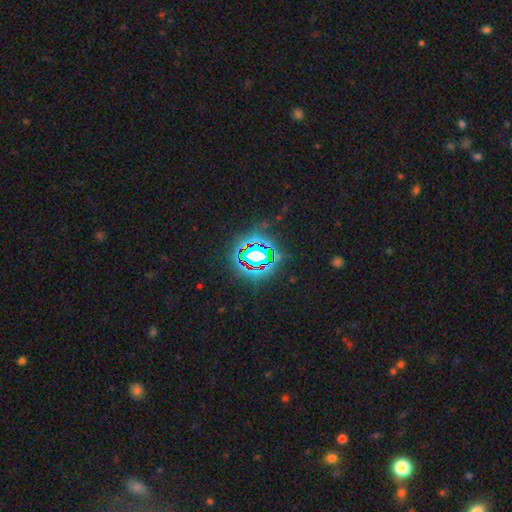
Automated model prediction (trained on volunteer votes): A star or artifact, not a galaxy (76%).